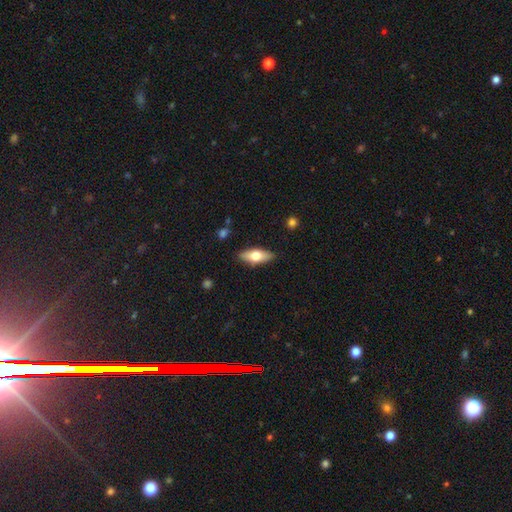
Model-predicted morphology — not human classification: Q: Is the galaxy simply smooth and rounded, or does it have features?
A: smooth — 62%.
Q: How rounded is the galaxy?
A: in between — 69%.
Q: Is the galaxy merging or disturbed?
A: none — 86%.